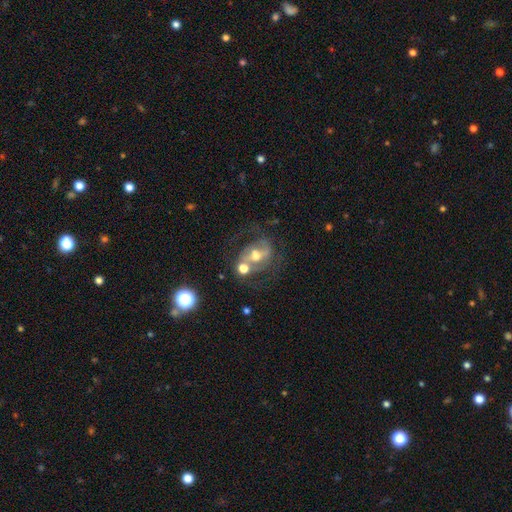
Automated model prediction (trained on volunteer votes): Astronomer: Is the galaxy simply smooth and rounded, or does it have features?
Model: featured or disk — 71%.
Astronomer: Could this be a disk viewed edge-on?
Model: no — 96%.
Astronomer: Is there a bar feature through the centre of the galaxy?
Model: weak — 38% (runner-up: strong, 33%).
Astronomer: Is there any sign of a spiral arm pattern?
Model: yes — 73%.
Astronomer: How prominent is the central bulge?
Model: moderate — 67%.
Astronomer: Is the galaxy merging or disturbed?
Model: none — 43% (runner-up: merger, 23%).